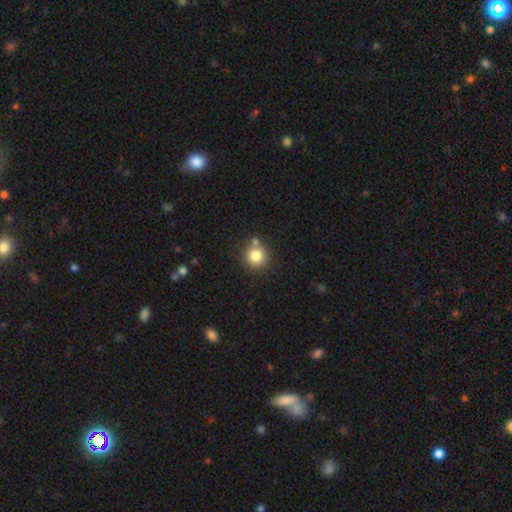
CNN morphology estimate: Smooth or featured? Predicted: smooth (p=0.82). How rounded? Predicted: round (p=0.93). Merging? Predicted: none (p=0.75).